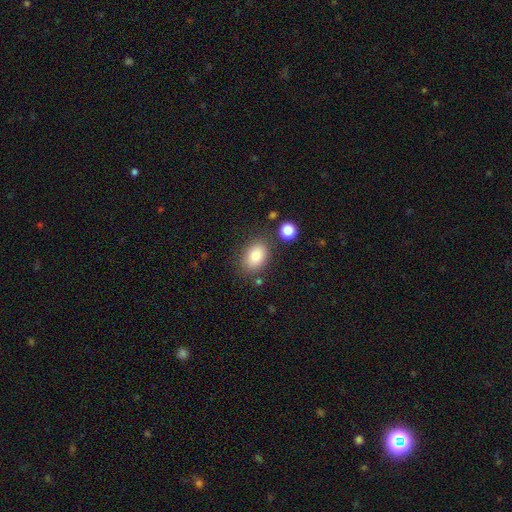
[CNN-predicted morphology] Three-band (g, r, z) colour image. It shows a smooth galaxy with no disk features (84%) that is in between round and cigar-shaped (86%). Merging: none (78%).